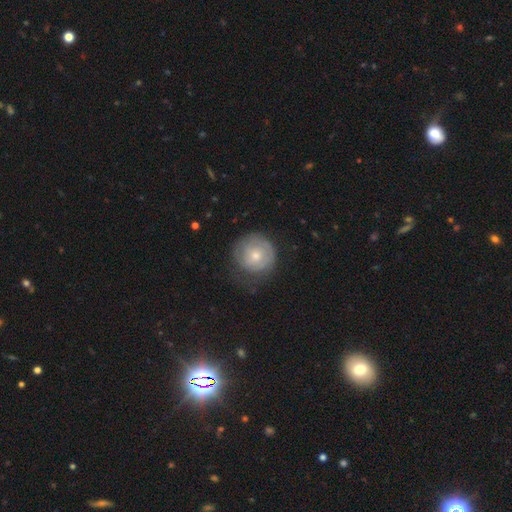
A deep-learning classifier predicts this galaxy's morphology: A smooth galaxy with no disk features (51%) that is round (93%).

Vote fractions:
- Smooth or featured? smooth: 51% / featured or disk: 43% / star or artifact: 6%
- How rounded? round: 93% / in between: 6% / cigar-shaped: 1%
- Merging? none: 62% / minor disturbance: 24% / major disturbance: 12% / merger: 1%